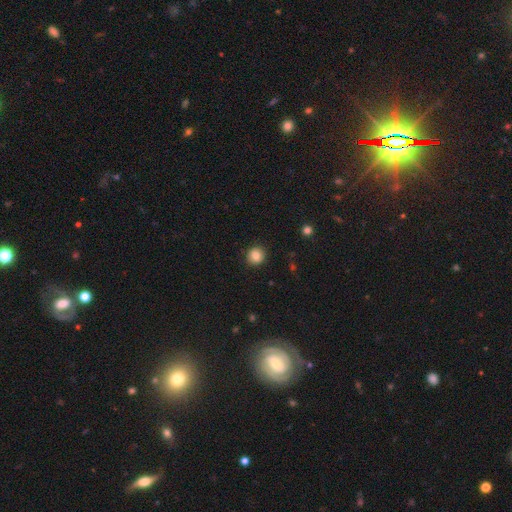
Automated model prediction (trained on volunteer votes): Smooth or featured?
  - smooth: 84% *
  - star or artifact: 10%
  - featured or disk: 6%
How rounded?
  - round: 91% *
  - in between: 8%
  - cigar-shaped: 1%
Merging?
  - none: 91% *
  - minor disturbance: 6%
  - major disturbance: 2%
  - merger: 1%